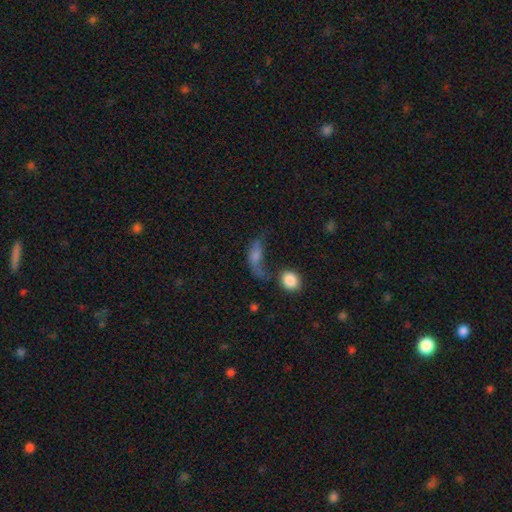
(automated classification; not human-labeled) The model was most divided on "merging": major disturbance: 38%, none: 24%, merger: 20%, minor disturbance: 18%. More confident: how rounded — in between (68%); smooth or featured — smooth (55%).